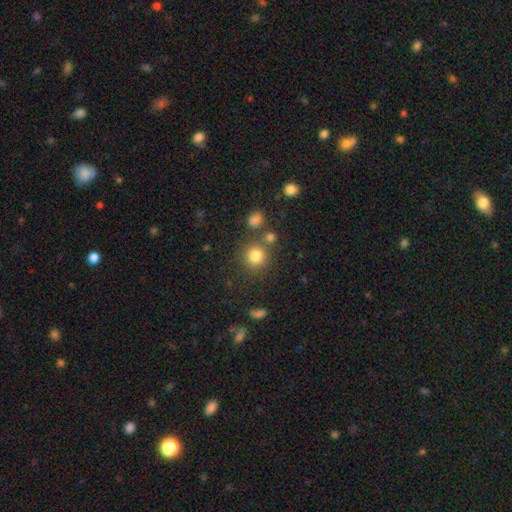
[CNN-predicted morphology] smooth 81%, star or artifact 13%, featured or disk 6%. Down the decision tree: how rounded — round (90%); merging — none (74%).